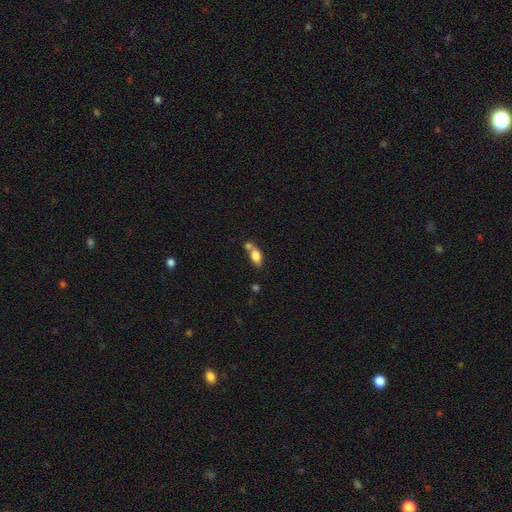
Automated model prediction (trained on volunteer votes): The model was most divided on "merging": merger: 42%, none: 41%, minor disturbance: 12%, major disturbance: 5%. More confident: how rounded — in between (86%); smooth or featured — smooth (80%).